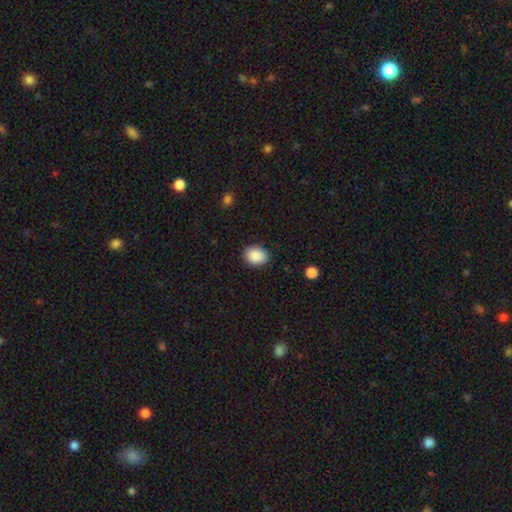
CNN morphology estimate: A smooth galaxy with no disk features (89%) that is in between round and cigar-shaped (59%).

Vote fractions:
- Smooth or featured? smooth: 89% / star or artifact: 8% / featured or disk: 3%
- How rounded? in between: 59% / round: 40% / cigar-shaped: 1%
- Merging? none: 85% / minor disturbance: 11% / major disturbance: 3% / merger: 1%